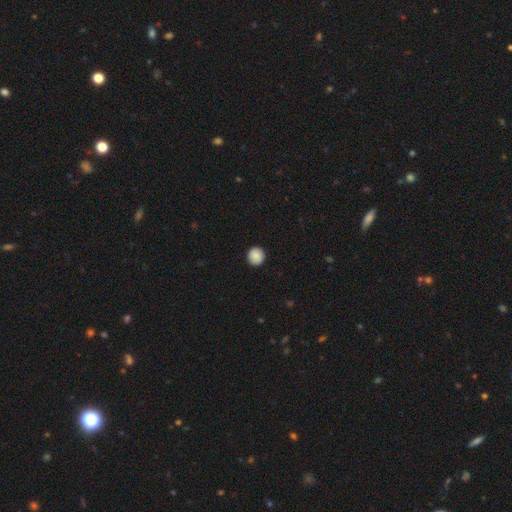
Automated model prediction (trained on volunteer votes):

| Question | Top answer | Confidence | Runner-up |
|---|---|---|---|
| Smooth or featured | smooth | 89% | star or artifact (8%) |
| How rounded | round | 93% | in between (6%) |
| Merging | none | 92% | minor disturbance (5%) |